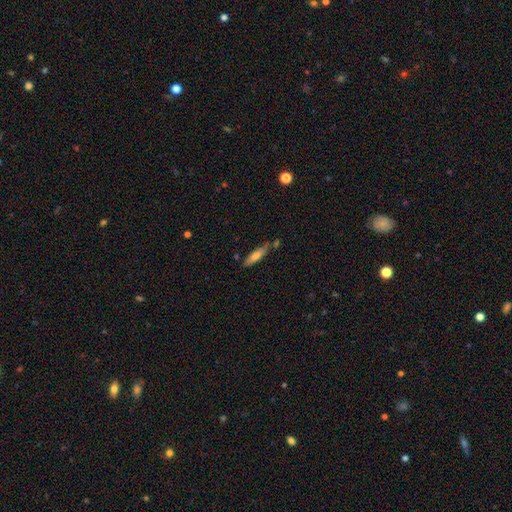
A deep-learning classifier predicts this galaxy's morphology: type=smooth (66%); roundness=cigar-shaped (72%); merging=none (67%).